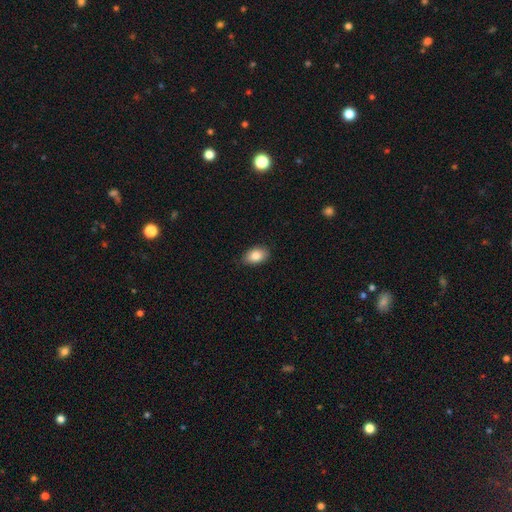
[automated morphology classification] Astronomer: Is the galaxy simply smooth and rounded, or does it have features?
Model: smooth — 85%.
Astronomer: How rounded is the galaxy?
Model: in between — 88%.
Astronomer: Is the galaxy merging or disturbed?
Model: none — 83%.